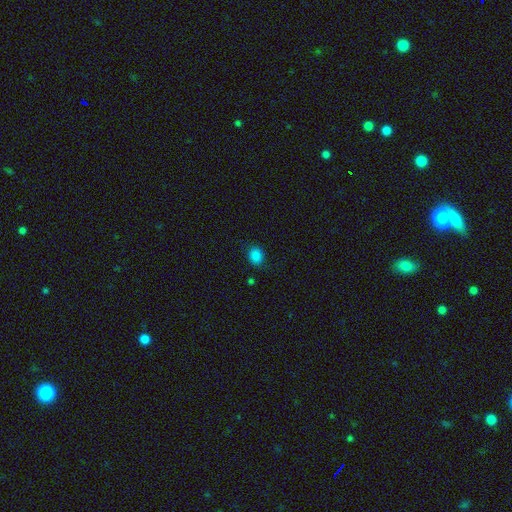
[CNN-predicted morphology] smooth 84%, star or artifact 12%, featured or disk 3%. Down the decision tree: how rounded — round (55%); merging — none (84%).